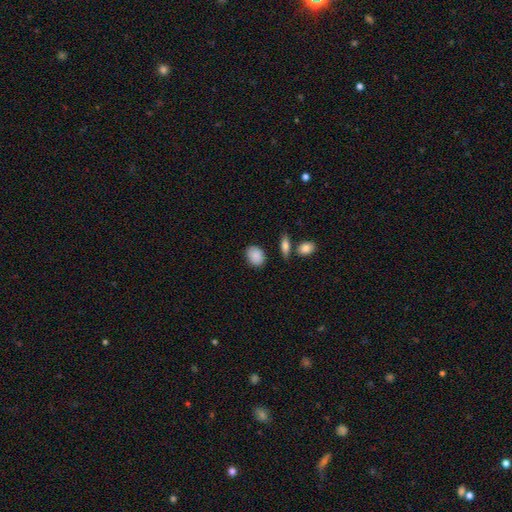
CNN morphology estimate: A smooth galaxy with no disk features (89%) that is in between round and cigar-shaped (75%).

Vote fractions:
- Smooth or featured? smooth: 89% / star or artifact: 7% / featured or disk: 5%
- How rounded? in between: 75% / round: 24% / cigar-shaped: 1%
- Merging? none: 80% / minor disturbance: 13% / merger: 4% / major disturbance: 3%